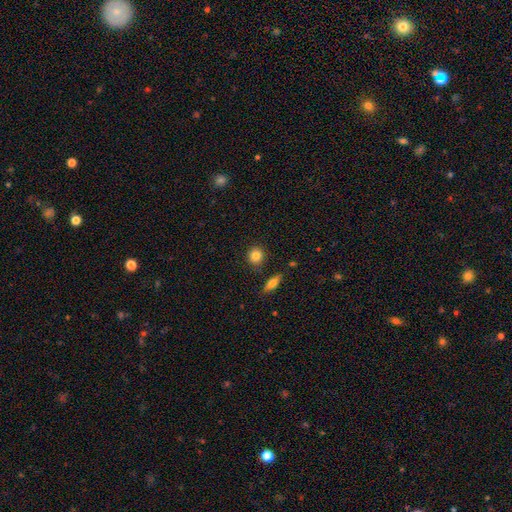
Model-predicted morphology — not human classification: Q: Smooth or featured?
A: smooth (84%); runner-up: star or artifact (9%)
Q: How rounded?
A: round (82%); runner-up: in between (16%)
Q: Merging?
A: none (86%); runner-up: minor disturbance (8%)